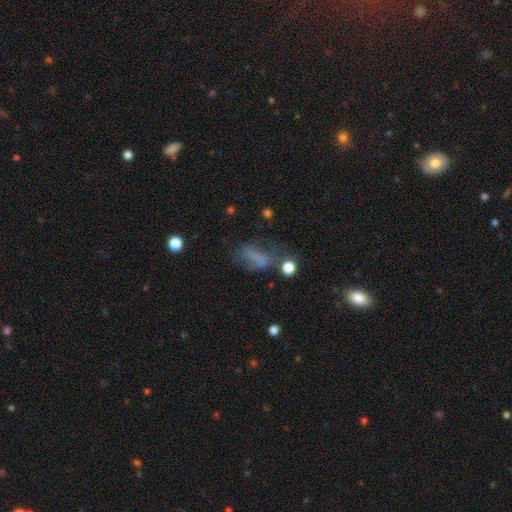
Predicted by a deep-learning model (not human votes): smooth_or_featured: smooth (p=0.48) [alt: featured or disk p=0.26]
merging: none (p=0.38) [alt: major disturbance p=0.31]